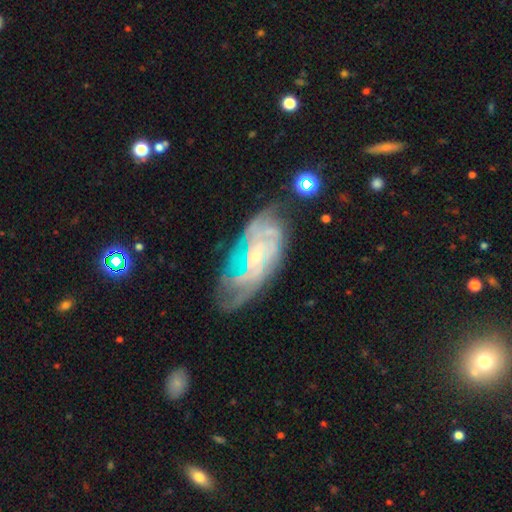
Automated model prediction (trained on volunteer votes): featured or disk 81%, smooth 12%, star or artifact 8%. Down the decision tree: edge-on disk — no (93%); bar — no (63%); spiral arms — yes (91%); spiral arm count — can't tell (43%); spiral winding — tight (57%); bulge size — small (71%); merging — none (62%).